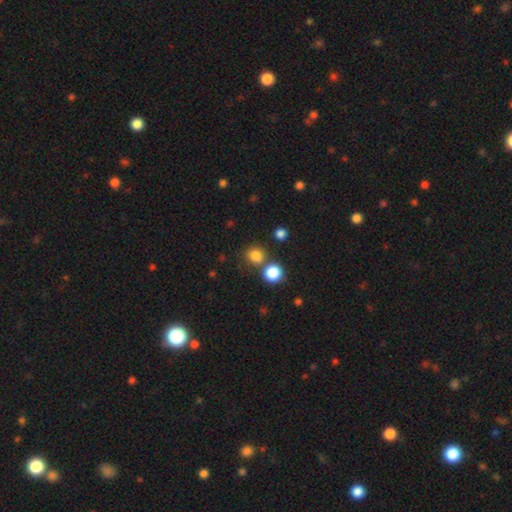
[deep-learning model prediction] This is likely a smooth galaxy (80%). How rounded: clearly round (84%). Merging: likely none (67%).